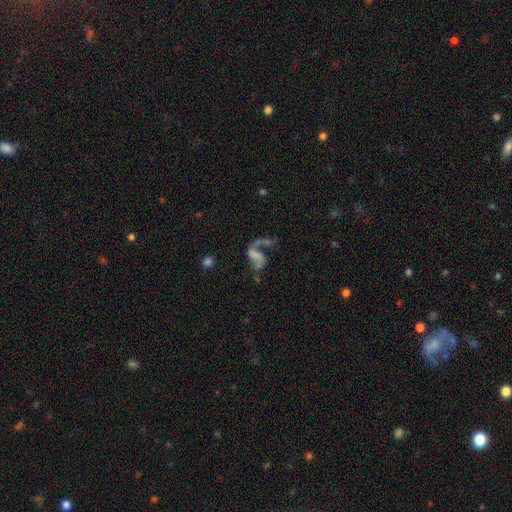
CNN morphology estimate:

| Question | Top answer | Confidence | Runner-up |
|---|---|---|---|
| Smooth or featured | featured or disk | 53% | smooth (31%) |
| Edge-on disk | no | 96% | yes (4%) |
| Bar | no | 64% | weak (22%) |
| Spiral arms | yes | 51% | no (49%) |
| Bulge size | none | 72% | small (12%) |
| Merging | merger | 34% | major disturbance (32%) |